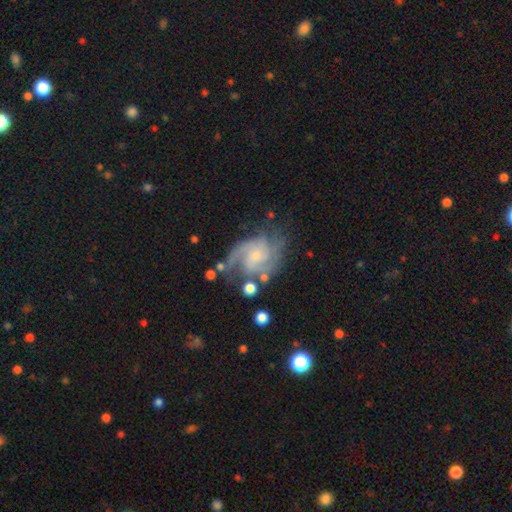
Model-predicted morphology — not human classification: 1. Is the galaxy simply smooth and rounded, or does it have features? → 88% featured or disk, 7% smooth, 5% star or artifact.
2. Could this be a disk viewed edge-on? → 98% no, 2% yes.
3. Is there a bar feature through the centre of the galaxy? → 59% no, 35% weak, 6% strong.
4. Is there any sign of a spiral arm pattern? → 97% yes, 3% no.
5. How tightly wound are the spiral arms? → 49% medium, 36% tight, 15% loose.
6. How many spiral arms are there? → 38% 2, 27% 3, 16% can't tell, 8% 4, 6% 1, 5% more than 4.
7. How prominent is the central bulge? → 59% small, 26% moderate, 11% none, 3% large, 1% dominant.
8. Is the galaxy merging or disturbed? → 60% none, 21% minor disturbance, 14% major disturbance, 5% merger.